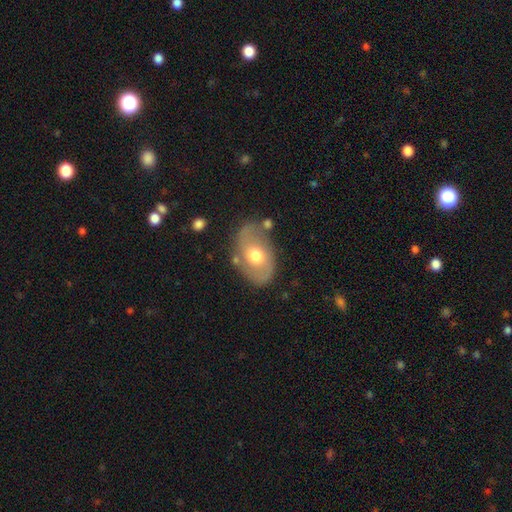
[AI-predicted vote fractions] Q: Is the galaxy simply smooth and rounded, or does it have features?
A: featured or disk — 53%.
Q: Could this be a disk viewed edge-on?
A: no — 94%.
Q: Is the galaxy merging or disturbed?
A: none — 68%.